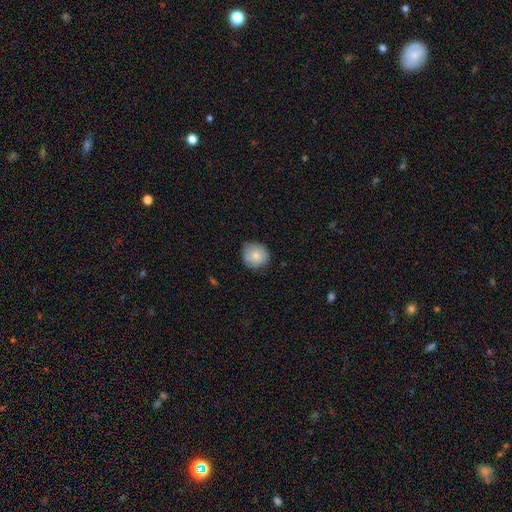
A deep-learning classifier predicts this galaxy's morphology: Smooth or featured? smooth (79%)
How rounded? round (88%)
Merging? none (74%)